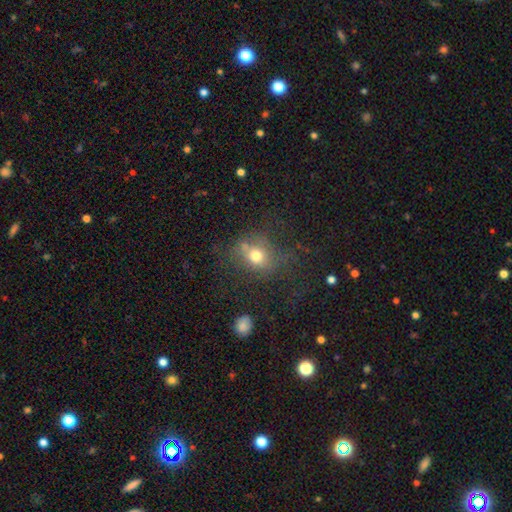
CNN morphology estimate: This appears to be a smooth galaxy with no disk features (68%) that is round (63%). Merging: none (58%).